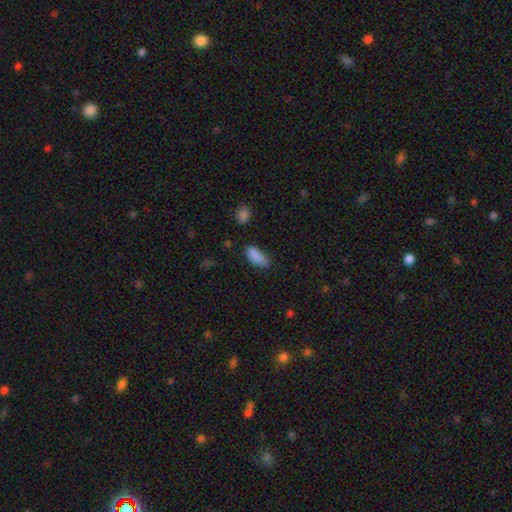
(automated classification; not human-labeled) Smooth or featured? Predicted: smooth (p=0.87). How rounded? Predicted: in between (p=0.80). Merging? Predicted: none (p=0.68).